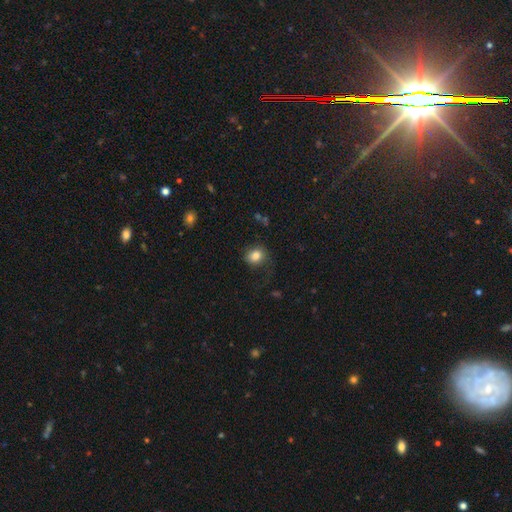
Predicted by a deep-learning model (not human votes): Morphology: type=smooth (82%); roundness=round (64%); merging=none (73%).